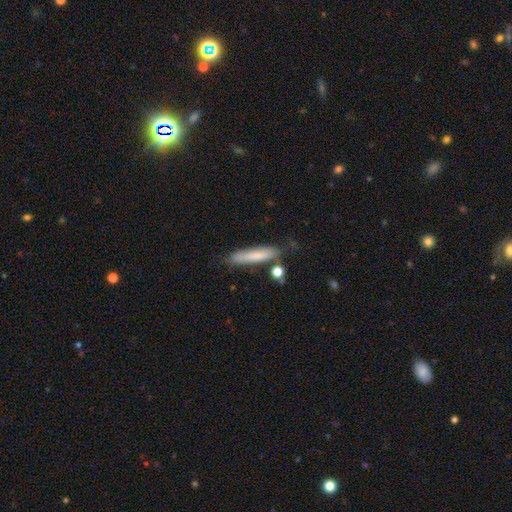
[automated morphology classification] Q: Smooth or featured?
A: smooth (72%); runner-up: featured or disk (21%)
Q: How rounded?
A: cigar-shaped (90%); runner-up: in between (9%)
Q: Merging?
A: none (75%); runner-up: minor disturbance (16%)